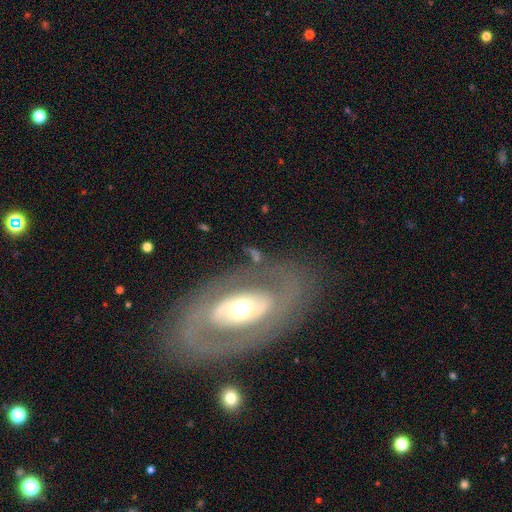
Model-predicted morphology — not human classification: Smooth or featured?
  - featured or disk: 66% *
  - smooth: 26%
  - star or artifact: 8%
Edge-on disk?
  - no: 89% *
  - yes: 11%
Bar?
  - no: 69% *
  - weak: 18%
  - strong: 13%
Spiral arms?
  - no: 65% *
  - yes: 35%
Bulge size?
  - moderate: 62% *
  - large: 23%
  - small: 9%
  - dominant: 4%
  - none: 1%
Merging?
  - none: 70% *
  - minor disturbance: 15%
  - major disturbance: 12%
  - merger: 3%